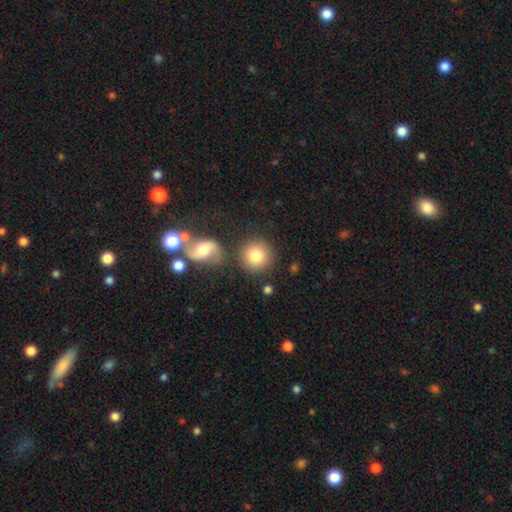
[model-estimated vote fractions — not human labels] Q: Smooth or featured?
A: smooth (80%); runner-up: featured or disk (12%)
Q: How rounded?
A: round (92%); runner-up: in between (7%)
Q: Merging?
A: none (76%); runner-up: merger (11%)